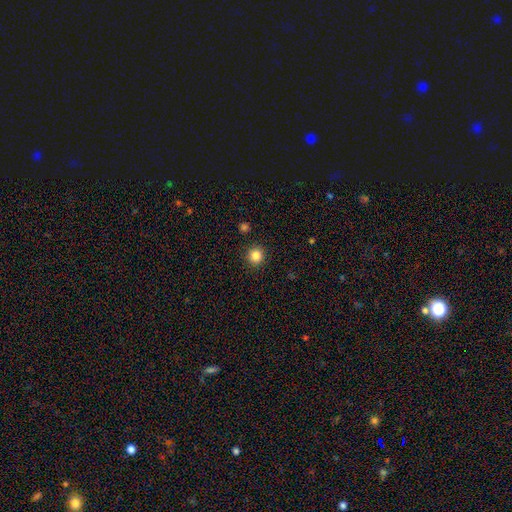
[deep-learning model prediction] A smooth galaxy with no disk features (85%) that is round (94%).

Vote fractions:
- Smooth or featured? smooth: 85% / star or artifact: 11% / featured or disk: 4%
- How rounded? round: 94% / in between: 5% / cigar-shaped: 1%
- Merging? none: 92% / minor disturbance: 5% / major disturbance: 2% / merger: 1%